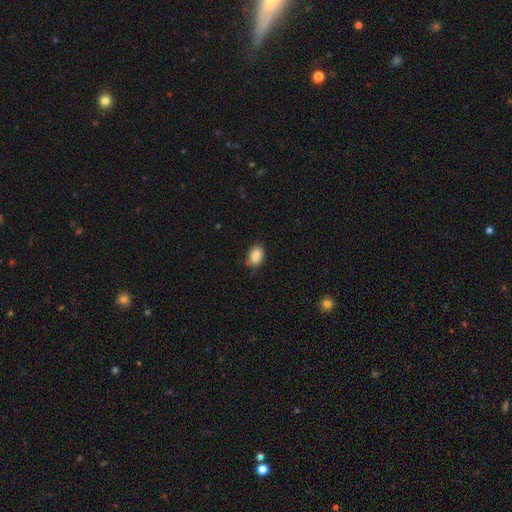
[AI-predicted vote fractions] Smooth or featured?
  - smooth: 87% *
  - star or artifact: 8%
  - featured or disk: 5%
How rounded?
  - in between: 80% *
  - round: 19%
  - cigar-shaped: 1%
Merging?
  - none: 80% *
  - minor disturbance: 15%
  - major disturbance: 3%
  - merger: 2%